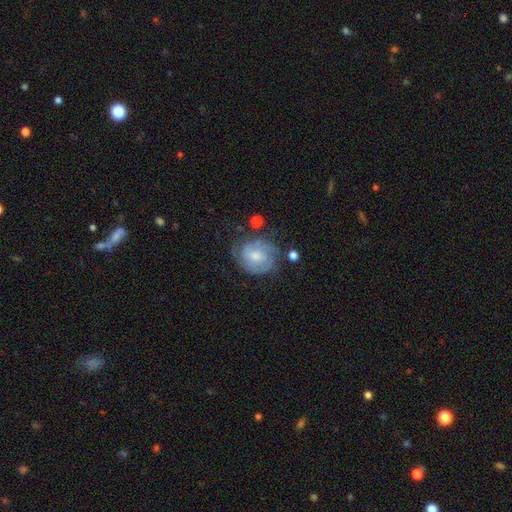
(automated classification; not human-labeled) featured or disk 61%, smooth 32%, star or artifact 7%. Down the decision tree: edge-on disk — no (97%); bar — no (59%); spiral arms — yes (81%); bulge size — moderate (55%); merging — none (62%).